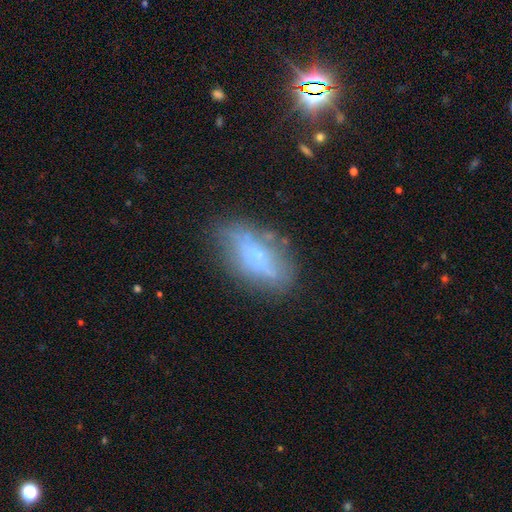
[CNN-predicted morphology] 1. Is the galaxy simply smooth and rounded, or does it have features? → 47% featured or disk, 44% smooth, 10% star or artifact.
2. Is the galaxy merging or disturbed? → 67% none, 22% minor disturbance, 8% major disturbance, 3% merger.